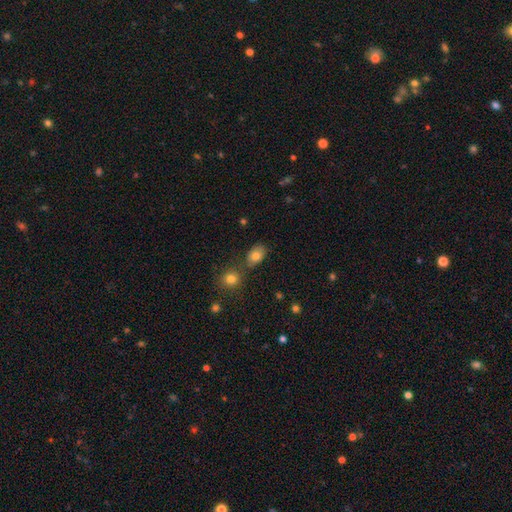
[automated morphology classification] A smooth galaxy with no disk features (79%) that is in between round and cigar-shaped (78%). Merging: none (66%).